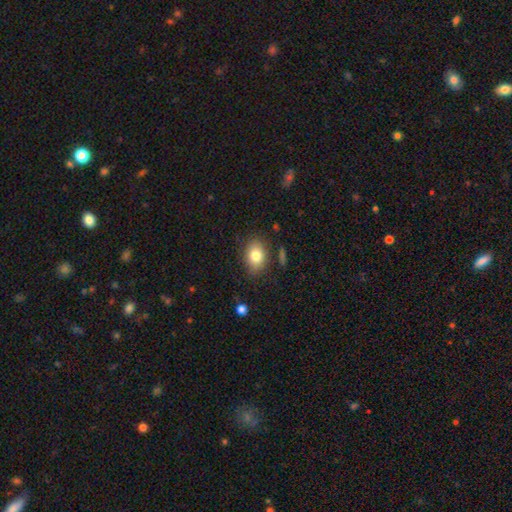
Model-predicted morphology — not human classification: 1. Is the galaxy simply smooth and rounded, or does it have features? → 81% smooth, 10% featured or disk, 8% star or artifact.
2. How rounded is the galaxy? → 79% in between, 19% round, 1% cigar-shaped.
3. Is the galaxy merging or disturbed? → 82% none, 12% minor disturbance, 3% major disturbance, 2% merger.